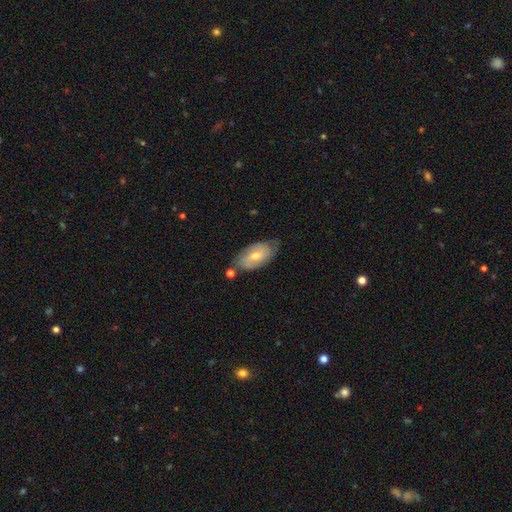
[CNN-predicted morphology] smooth_or_featured: featured or disk (p=0.56) [alt: smooth p=0.37]
disk_edge_on: no (p=0.90) [alt: yes p=0.10]
bar: no (p=0.49) [alt: weak p=0.42]
has_spiral_arms: yes (p=0.80) [alt: no p=0.20]
bulge_size: moderate (p=0.56) [alt: small p=0.40]
merging: none (p=0.70) [alt: minor disturbance p=0.21]